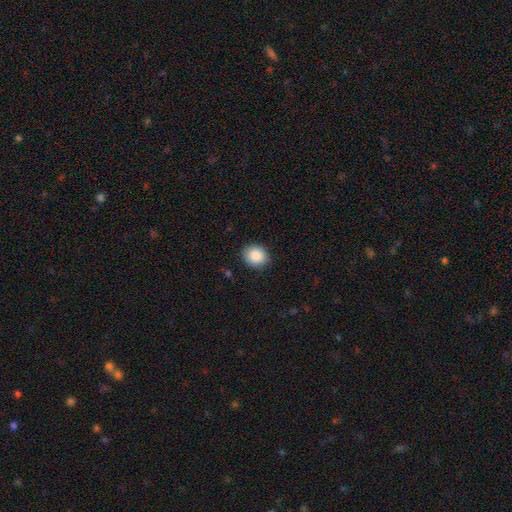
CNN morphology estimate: Smooth or featured: smooth — 88% (star or artifact — 8%)
How rounded: round — 69% (in between — 30%)
Merging: none — 88% (minor disturbance — 9%)